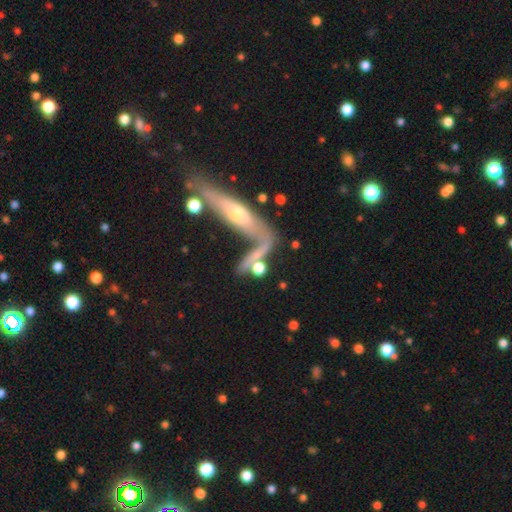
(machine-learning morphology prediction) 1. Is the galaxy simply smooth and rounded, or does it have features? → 46% smooth, 42% featured or disk, 11% star or artifact.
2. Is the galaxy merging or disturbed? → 42% merger, 34% none, 13% major disturbance, 12% minor disturbance.